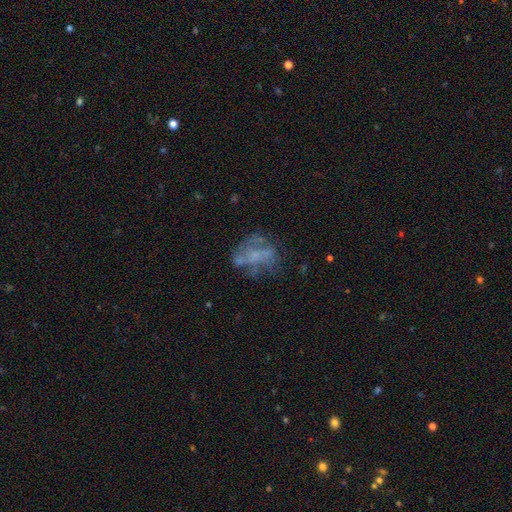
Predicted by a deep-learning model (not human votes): Overall: featured or disk (61%; smooth 24%). Edge-on disk: no (97%). Bar: no (77%). Spiral arms: no (75%). Bulge size: none (62%; small 24%). Merging: none (47%; major disturbance 26%).